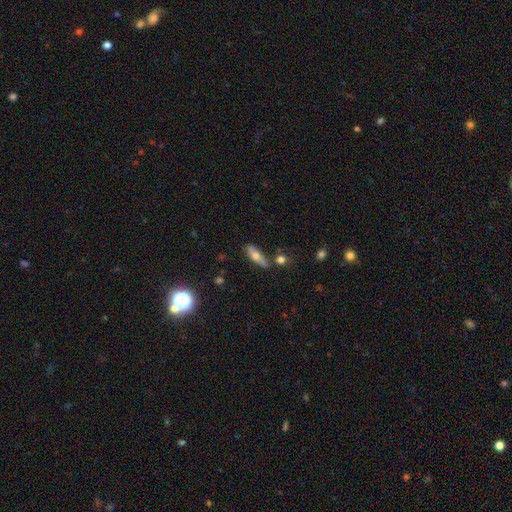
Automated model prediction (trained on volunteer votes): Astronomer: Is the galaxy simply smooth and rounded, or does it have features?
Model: smooth — 62%.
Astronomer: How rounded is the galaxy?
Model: cigar-shaped — 51% (runner-up: in between, 45%).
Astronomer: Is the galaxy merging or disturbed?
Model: none — 74%.